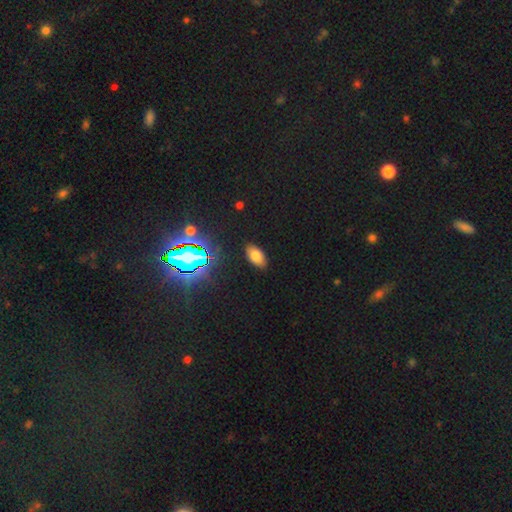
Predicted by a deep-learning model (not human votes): Smooth or featured? smooth (72%)
How rounded? in between (93%)
Merging? none (87%)